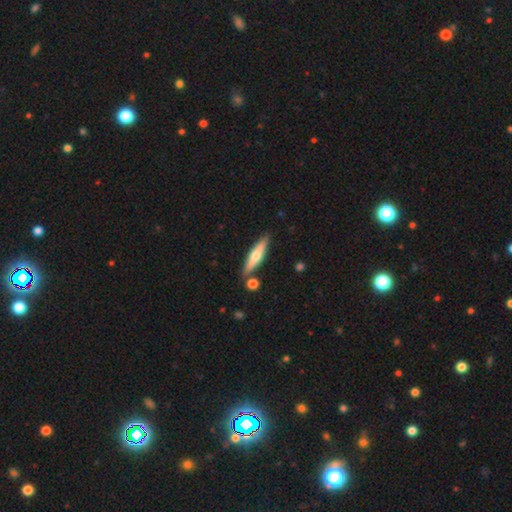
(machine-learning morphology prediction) smooth-or-featured: featured or disk: 48% | smooth: 46% | star or artifact: 6%
  merging: none: 81% | minor disturbance: 10% | merger: 7% | major disturbance: 2%